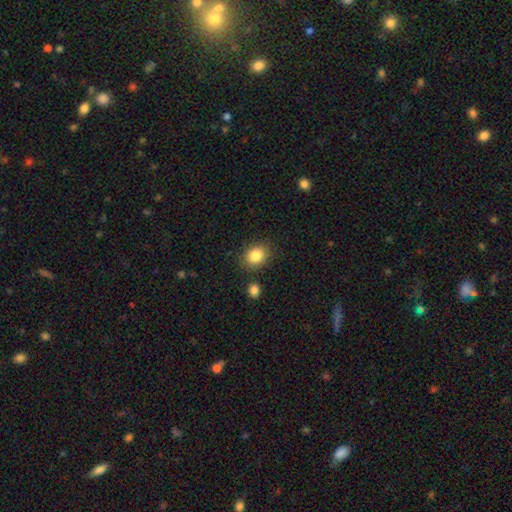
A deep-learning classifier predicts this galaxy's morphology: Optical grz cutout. It shows a smooth galaxy with no disk features (85%) that is round (55%). Merging: none (83%).